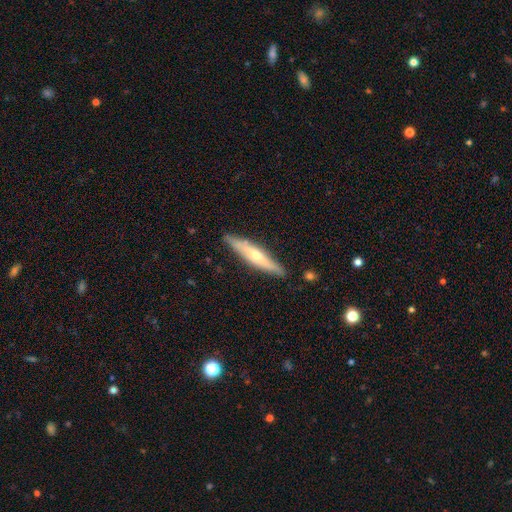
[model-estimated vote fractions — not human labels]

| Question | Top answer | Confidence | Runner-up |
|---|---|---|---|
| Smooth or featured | featured or disk | 57% | smooth (37%) |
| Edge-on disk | yes | 90% | no (10%) |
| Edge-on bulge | rounded | 78% | none (16%) |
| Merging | none | 85% | minor disturbance (11%) |